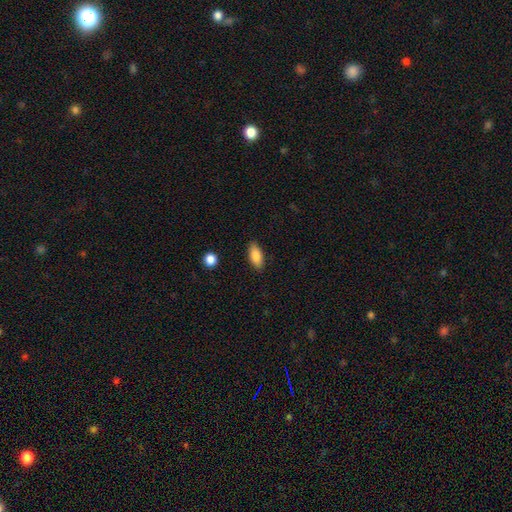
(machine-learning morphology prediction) This appears to be a smooth galaxy with no disk features (85%) that is in between round and cigar-shaped (85%). Merging: none (87%).